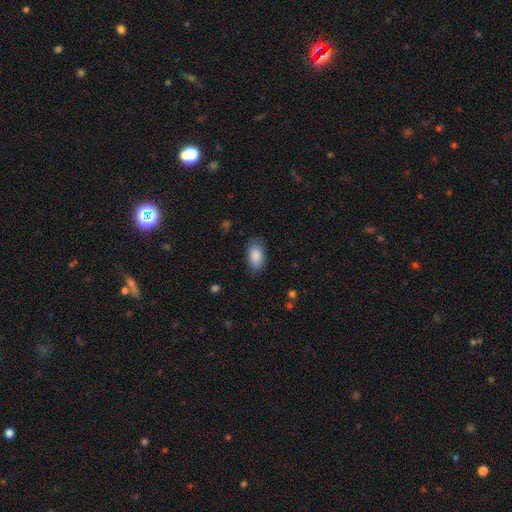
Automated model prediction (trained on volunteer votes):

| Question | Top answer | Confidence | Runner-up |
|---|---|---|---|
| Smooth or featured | smooth | 88% | star or artifact (7%) |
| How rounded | in between | 94% | round (4%) |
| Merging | none | 82% | minor disturbance (13%) |